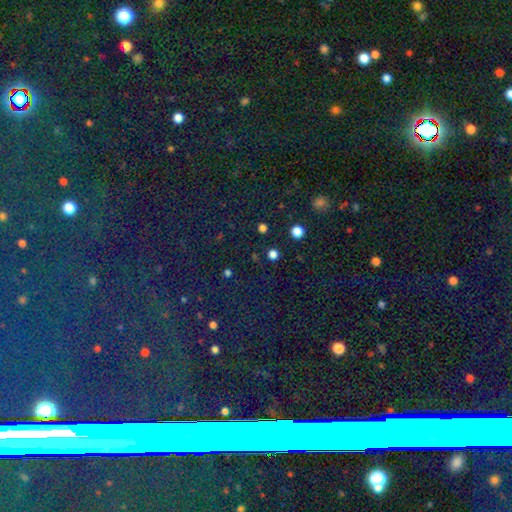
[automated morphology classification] Smooth or featured? Predicted: star or artifact (p=0.78).